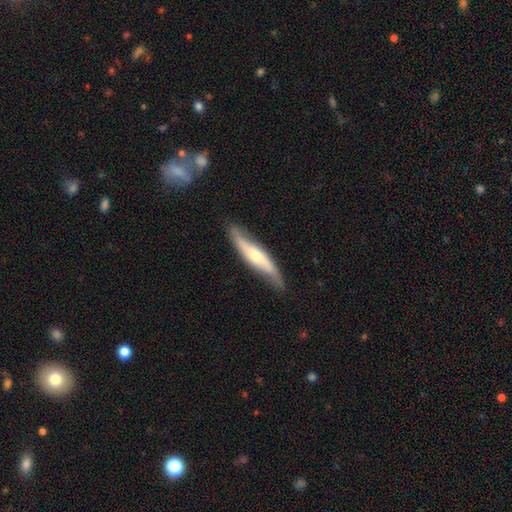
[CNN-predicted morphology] type=featured or disk (61%); edge-on=yes (63%); merging=none (79%).